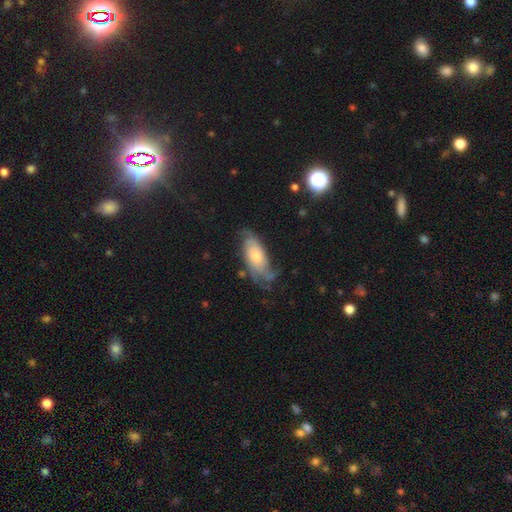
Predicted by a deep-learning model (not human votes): Morphology: type=featured or disk (66%); edge-on=no (90%); bar=no (75%); spiral arms=yes (90%); winding=medium (38%); arm count=2 (39%); bulge=moderate (45%); merging=none (56%).